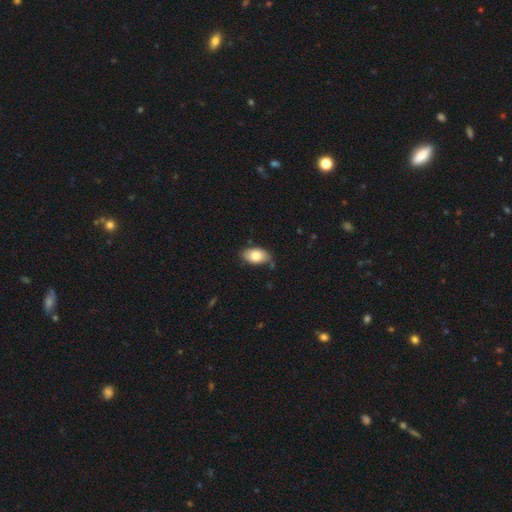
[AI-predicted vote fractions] This appears to be a smooth galaxy with no disk features (83%) that is in between round and cigar-shaped (93%). Merging: none (77%).